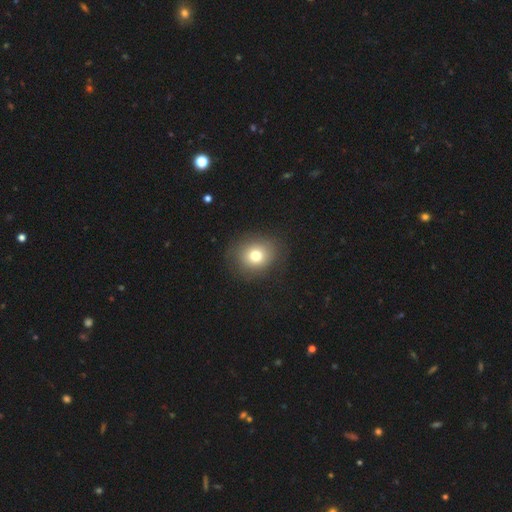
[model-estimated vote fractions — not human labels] This appears to be a smooth galaxy with no disk features (75%) that is round (75%). Merging: none (84%).